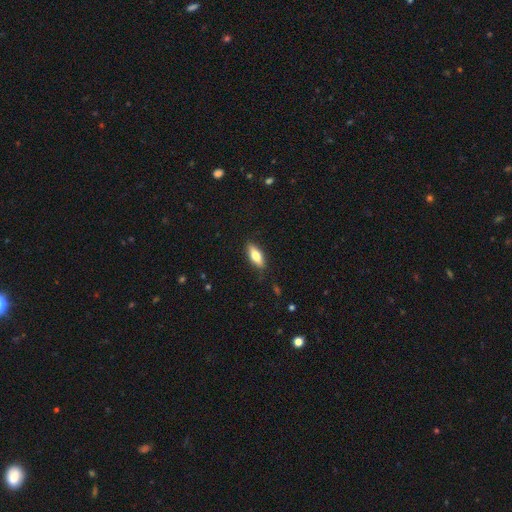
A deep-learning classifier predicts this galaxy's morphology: A smooth galaxy with no disk features (70%) that is in between round and cigar-shaped (67%).

Vote fractions:
- Smooth or featured? smooth: 70% / featured or disk: 24% / star or artifact: 6%
- How rounded? in between: 67% / cigar-shaped: 30% / round: 2%
- Merging? none: 86% / minor disturbance: 10% / major disturbance: 2% / merger: 1%